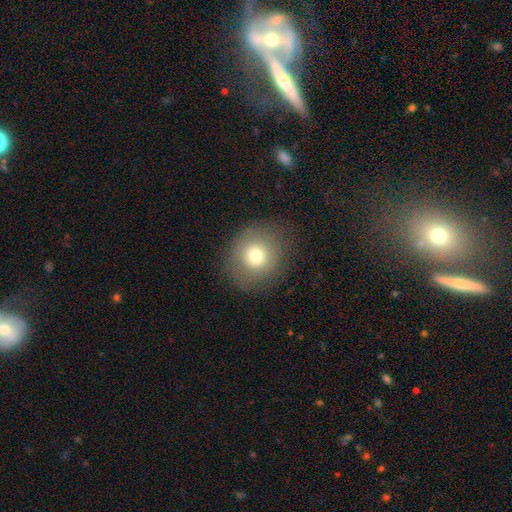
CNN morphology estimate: Smooth or featured? Predicted: smooth (p=0.73). How rounded? Predicted: round (p=0.85). Merging? Predicted: none (p=0.84).